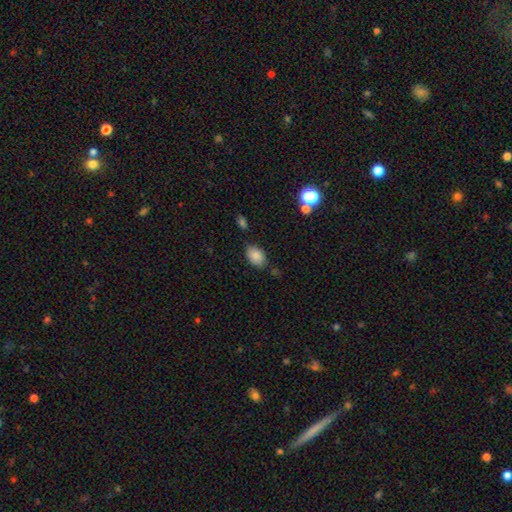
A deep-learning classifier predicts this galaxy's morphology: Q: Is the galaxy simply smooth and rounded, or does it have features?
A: smooth — 85%.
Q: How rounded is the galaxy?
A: in between — 86%.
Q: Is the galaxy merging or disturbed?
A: none — 78%.